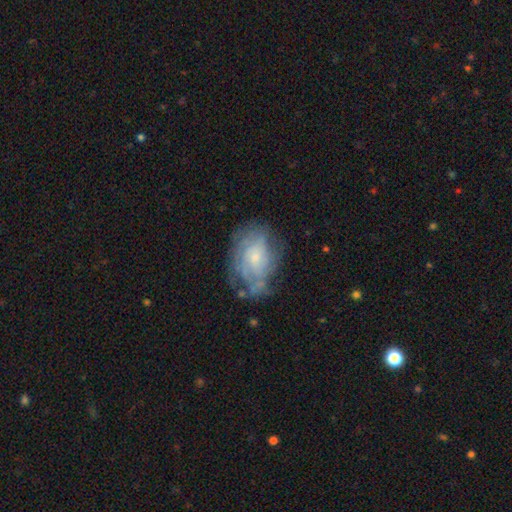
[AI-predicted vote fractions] Smooth or featured? Predicted: featured or disk (p=0.63). Edge-on disk? Predicted: no (p=0.96). Bar? Predicted: no (p=0.75). Spiral arms? Predicted: yes (p=0.69). Bulge size? Predicted: small (p=0.63). Merging? Predicted: none (p=0.53).